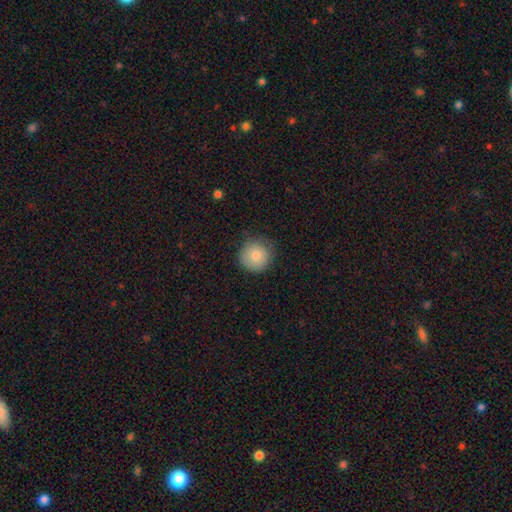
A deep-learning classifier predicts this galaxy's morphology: smooth_or_featured: smooth (p=0.84) [alt: star or artifact p=0.08]
how_rounded: round (p=0.94) [alt: in between p=0.05]
merging: none (p=0.78) [alt: minor disturbance p=0.17]